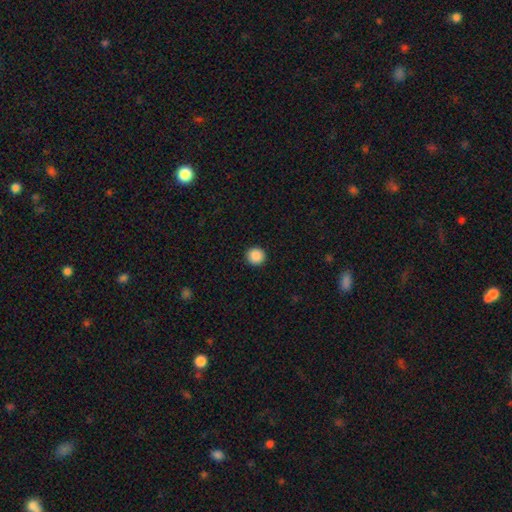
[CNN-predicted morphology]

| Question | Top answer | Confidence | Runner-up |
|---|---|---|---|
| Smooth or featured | smooth | 89% | star or artifact (9%) |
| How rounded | round | 96% | in between (4%) |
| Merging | none | 93% | minor disturbance (4%) |